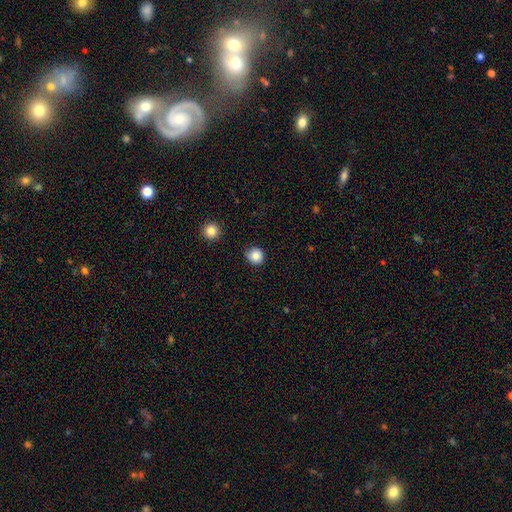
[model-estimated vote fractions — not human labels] Smooth or featured? Predicted: smooth (p=0.85). How rounded? Predicted: round (p=0.87). Merging? Predicted: none (p=0.82).